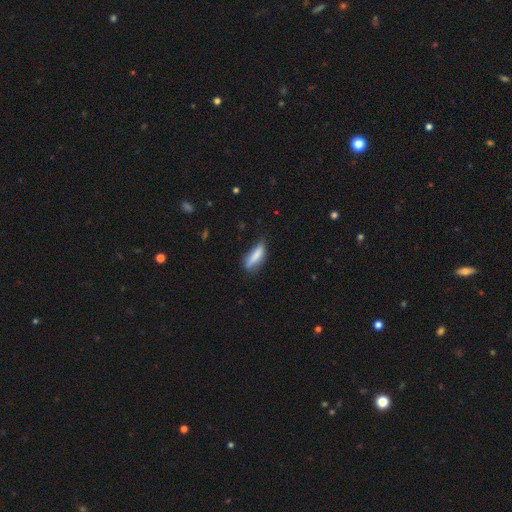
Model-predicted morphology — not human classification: A smooth galaxy with no disk features (78%) that is cigar-shaped (54%). Merging: none (59%).